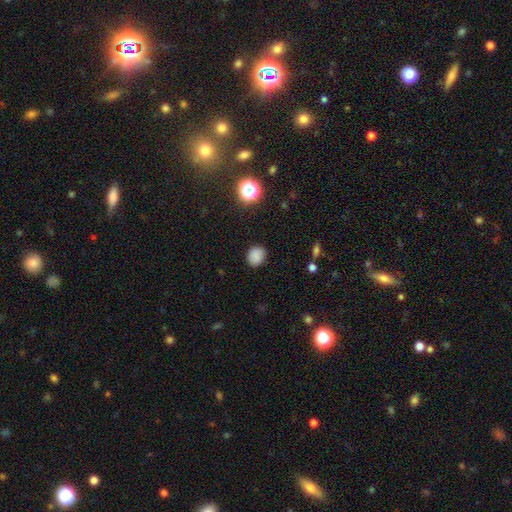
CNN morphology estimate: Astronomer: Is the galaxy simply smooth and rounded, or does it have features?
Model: smooth — 83%.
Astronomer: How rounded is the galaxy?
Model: round — 70%.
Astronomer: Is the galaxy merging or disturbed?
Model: none — 84%.